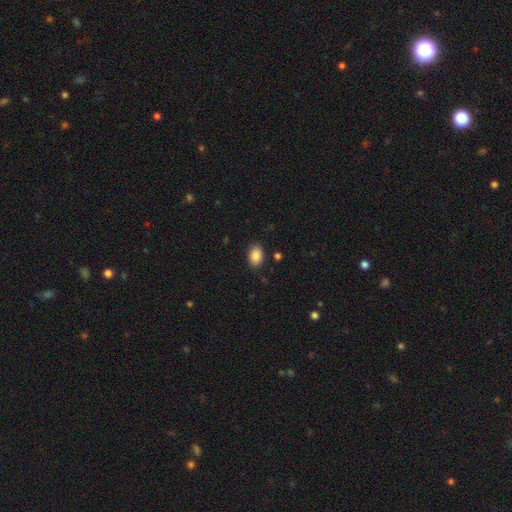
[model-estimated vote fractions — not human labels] Smooth or featured?
  - smooth: 88% *
  - star or artifact: 8%
  - featured or disk: 4%
How rounded?
  - in between: 88% *
  - round: 11%
  - cigar-shaped: 1%
Merging?
  - none: 86% *
  - minor disturbance: 10%
  - major disturbance: 2%
  - merger: 1%